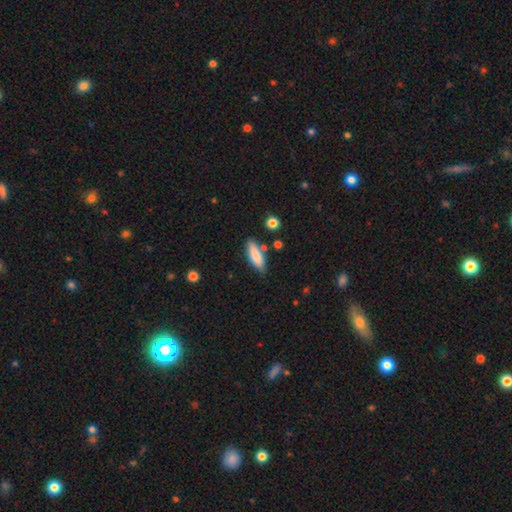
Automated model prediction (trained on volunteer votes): This appears to be a smooth galaxy with no disk features (78%) that is cigar-shaped (52%). Merging: none (78%).